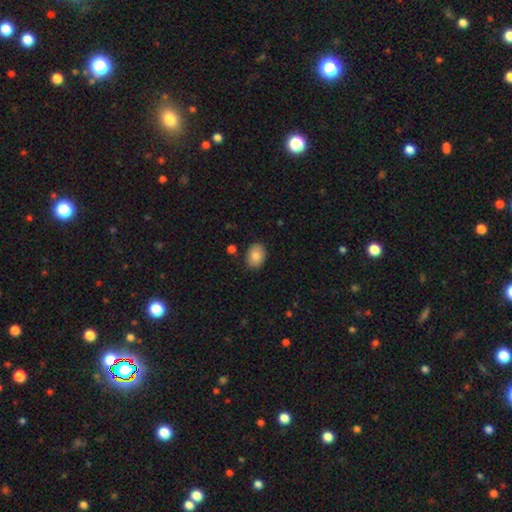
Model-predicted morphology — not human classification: Smooth or featured?
  - smooth: 84% *
  - featured or disk: 9%
  - star or artifact: 8%
How rounded?
  - in between: 71% *
  - round: 28%
  - cigar-shaped: 1%
Merging?
  - none: 85% *
  - minor disturbance: 10%
  - major disturbance: 2%
  - merger: 2%